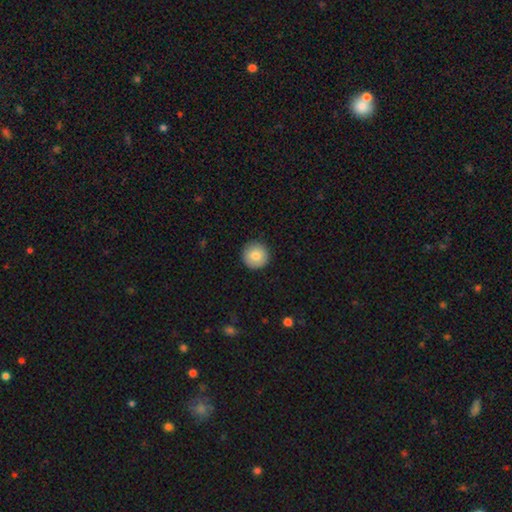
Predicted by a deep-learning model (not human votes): Morphology: type=smooth (82%); roundness=round (96%); merging=none (92%).